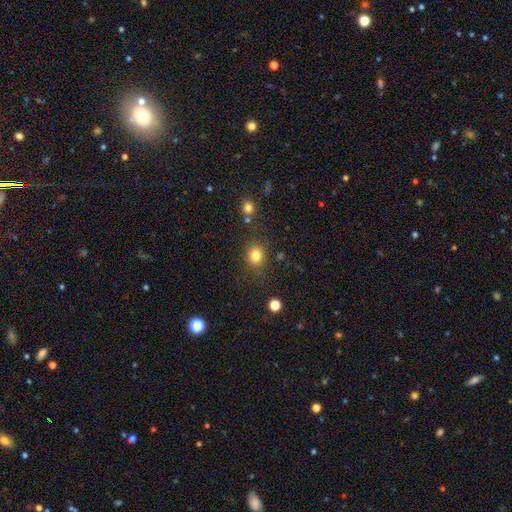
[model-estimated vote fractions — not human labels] Smooth or featured?
  - smooth: 81% *
  - star or artifact: 13%
  - featured or disk: 6%
How rounded?
  - round: 77% *
  - in between: 22%
  - cigar-shaped: 1%
Merging?
  - none: 81% *
  - minor disturbance: 11%
  - merger: 4%
  - major disturbance: 4%